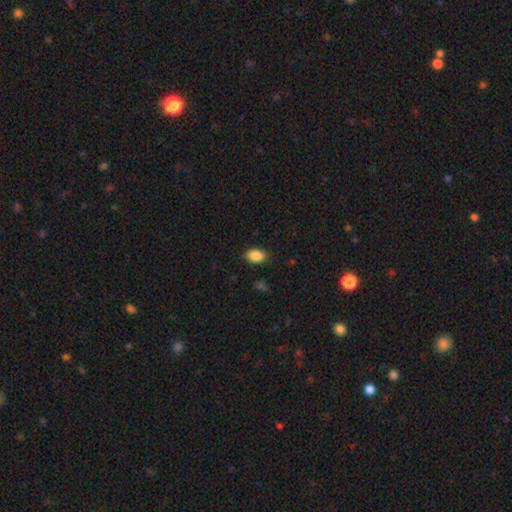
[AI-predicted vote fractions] This is clearly a smooth galaxy (88%). How rounded: clearly in between (86%). Merging: clearly none (85%).